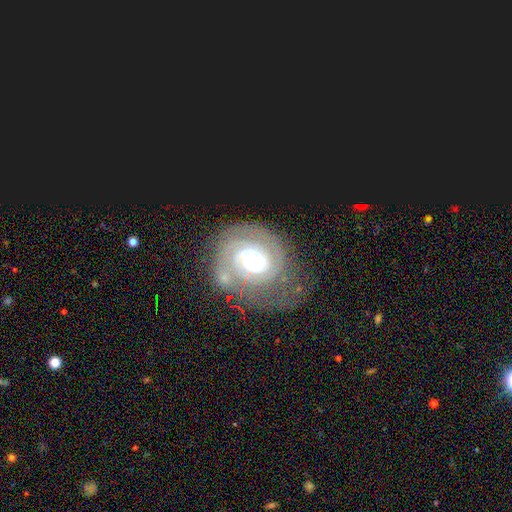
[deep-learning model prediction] A featured or disk galaxy (78%) with no bar (44%), 2 (35%) tight (61%) spiral arms (86%) and a moderate central bulge (40%). Merging: none (48%).